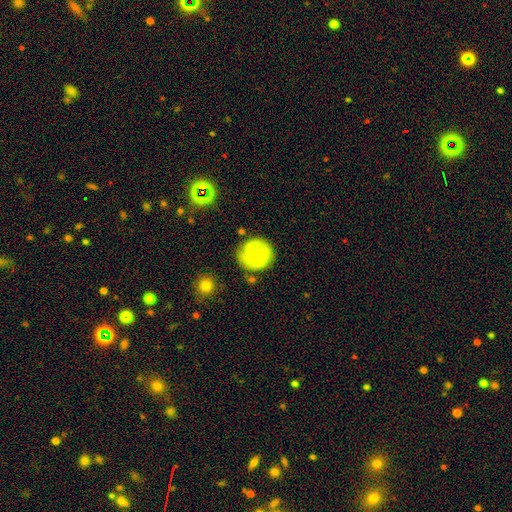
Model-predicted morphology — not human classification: A smooth galaxy with no disk features (54%) that is round (90%).

Vote fractions:
- Smooth or featured? smooth: 54% / featured or disk: 39% / star or artifact: 7%
- How rounded? round: 90% / in between: 9% / cigar-shaped: 1%
- Merging? none: 72% / minor disturbance: 18% / major disturbance: 7% / merger: 3%